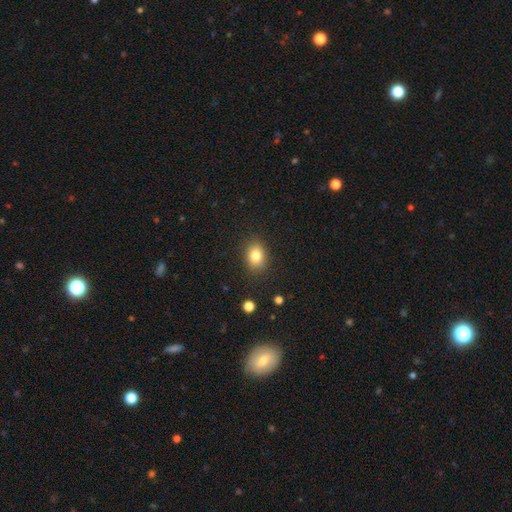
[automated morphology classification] The model was most divided on "how rounded": in between: 64%, round: 35%, cigar-shaped: 1%. More confident: merging — none (86%); smooth or featured — smooth (81%).